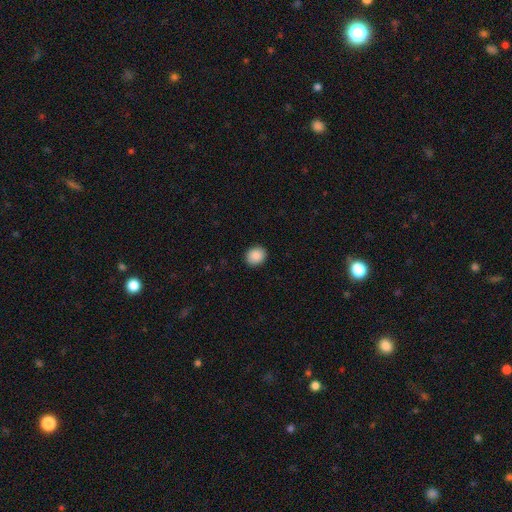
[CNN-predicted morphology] Smooth or featured?
  - smooth: 89% *
  - star or artifact: 8%
  - featured or disk: 3%
How rounded?
  - round: 70% *
  - in between: 29%
  - cigar-shaped: 1%
Merging?
  - none: 91% *
  - minor disturbance: 6%
  - major disturbance: 2%
  - merger: 1%